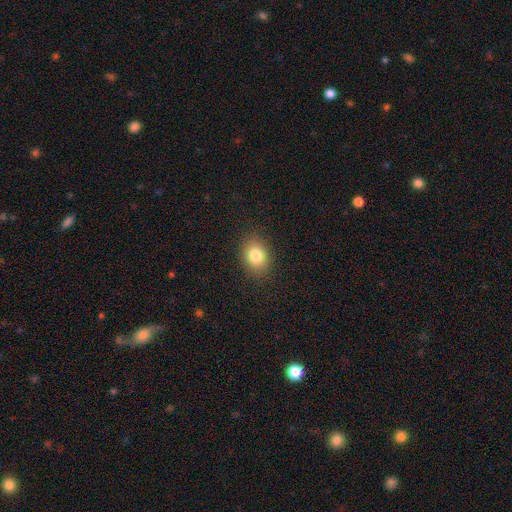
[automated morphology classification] Smooth or featured? smooth (82%)
How rounded? in between (56%)
Merging? none (87%)